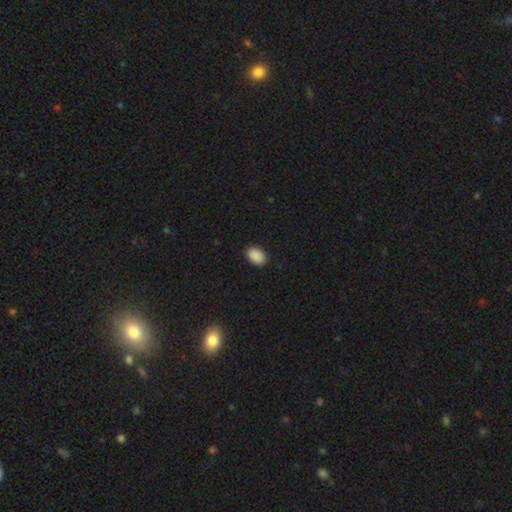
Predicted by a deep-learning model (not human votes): Overall: smooth (90%). How rounded: in between (86%). Merging: none (89%).